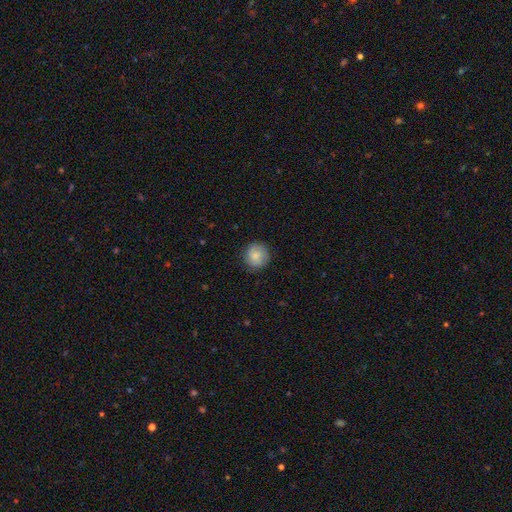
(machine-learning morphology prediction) smooth_or_featured: smooth (p=0.80) [alt: featured or disk p=0.13]
how_rounded: round (p=0.91) [alt: in between p=0.08]
merging: none (p=0.86) [alt: minor disturbance p=0.10]